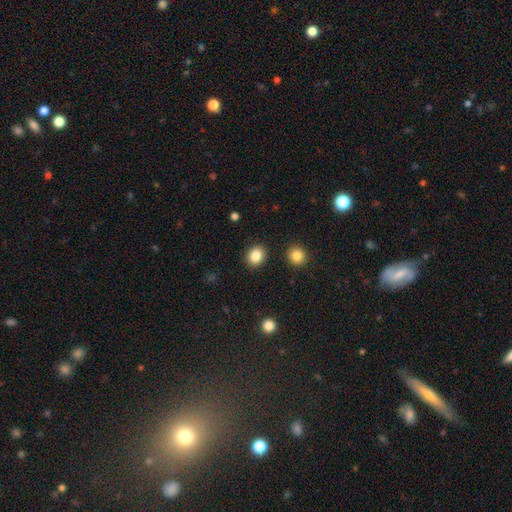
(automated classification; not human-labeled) Smooth or featured? Predicted: smooth (p=0.85). How rounded? Predicted: round (p=0.64). Merging? Predicted: none (p=0.89).